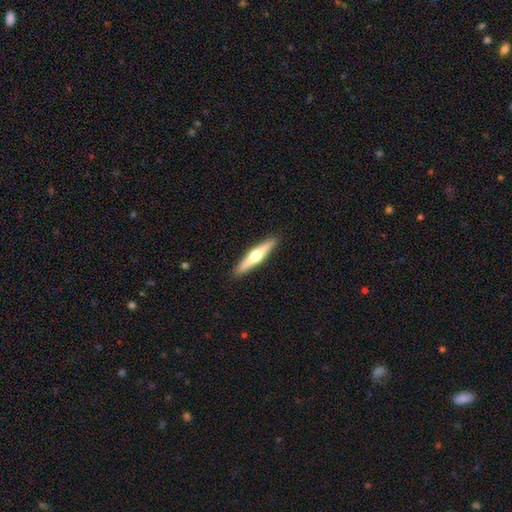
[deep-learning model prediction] Q: Smooth or featured?
A: featured or disk (63%); runner-up: smooth (33%)
Q: Edge-on disk?
A: yes (97%); runner-up: no (3%)
Q: Edge-on bulge?
A: rounded (94%); runner-up: none (3%)
Q: Merging?
A: none (91%); runner-up: minor disturbance (6%)